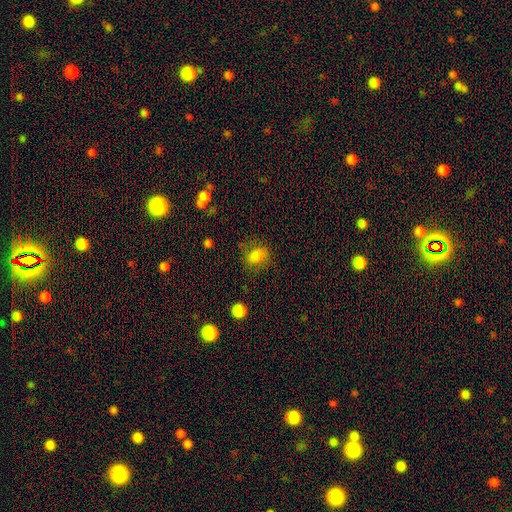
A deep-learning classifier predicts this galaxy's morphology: Overall: smooth (80%). How rounded: in between (60%; round 38%). Merging: none (74%).